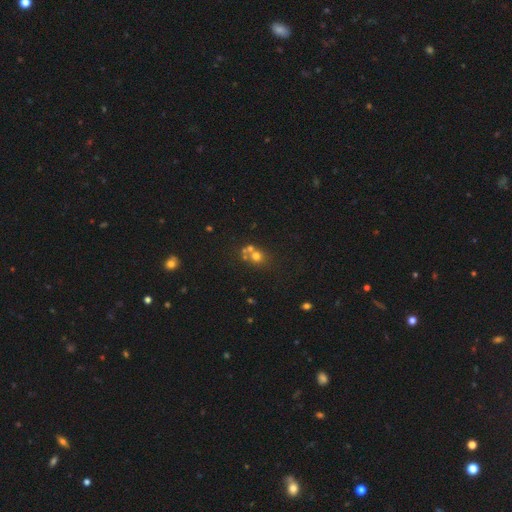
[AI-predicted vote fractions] A smooth galaxy with no disk features (62%) that is round (79%).

Vote fractions:
- Smooth or featured? smooth: 62% / star or artifact: 20% / featured or disk: 18%
- How rounded? round: 79% / in between: 20% / cigar-shaped: 1%
- Merging? none: 46% / merger: 41% / minor disturbance: 9% / major disturbance: 5%